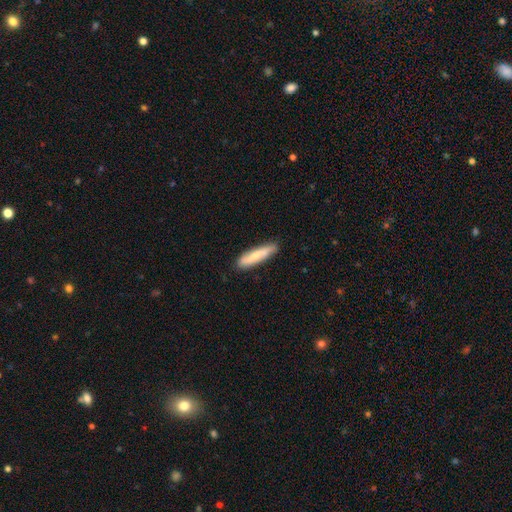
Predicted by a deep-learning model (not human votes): This is likely a smooth galaxy (68%). How rounded: likely cigar-shaped (79%). Merging: clearly none (83%).